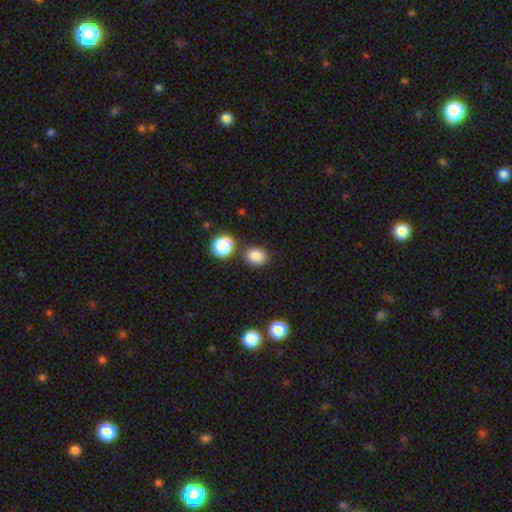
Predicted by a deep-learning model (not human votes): A smooth galaxy with no disk features (83%) that is round (52%).

Vote fractions:
- Smooth or featured? smooth: 83% / star or artifact: 12% / featured or disk: 5%
- How rounded? round: 52% / in between: 47% / cigar-shaped: 1%
- Merging? none: 78% / minor disturbance: 11% / merger: 9% / major disturbance: 3%